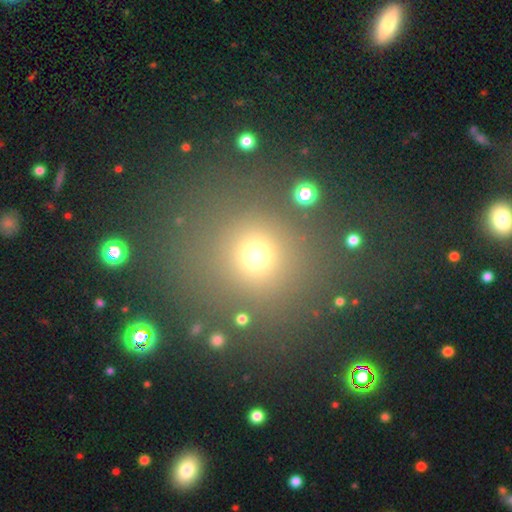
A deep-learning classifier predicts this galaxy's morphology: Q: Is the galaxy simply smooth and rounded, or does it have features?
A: smooth — 64%.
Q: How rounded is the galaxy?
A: round — 90%.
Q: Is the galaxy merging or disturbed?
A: none — 82%.